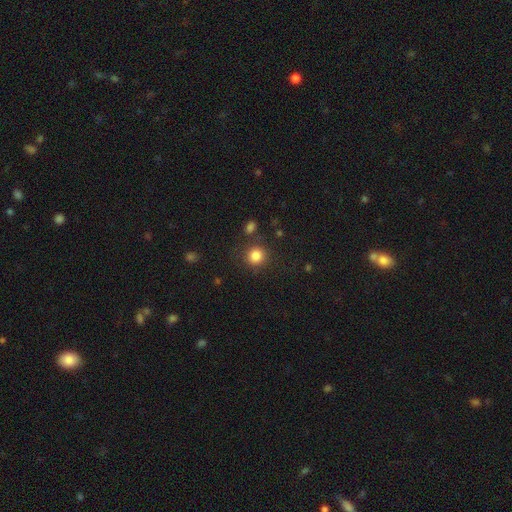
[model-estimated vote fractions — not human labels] This is clearly a smooth galaxy (84%). How rounded: clearly round (90%). Merging: clearly none (84%).